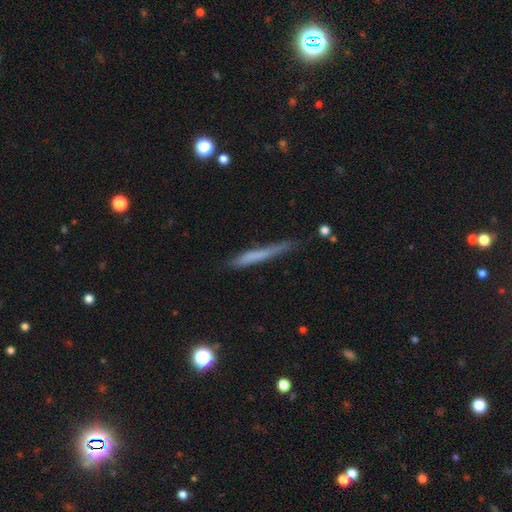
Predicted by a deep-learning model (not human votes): Smooth or featured? Predicted: smooth (p=0.62). How rounded? Predicted: cigar-shaped (p=0.96). Merging? Predicted: none (p=0.70).